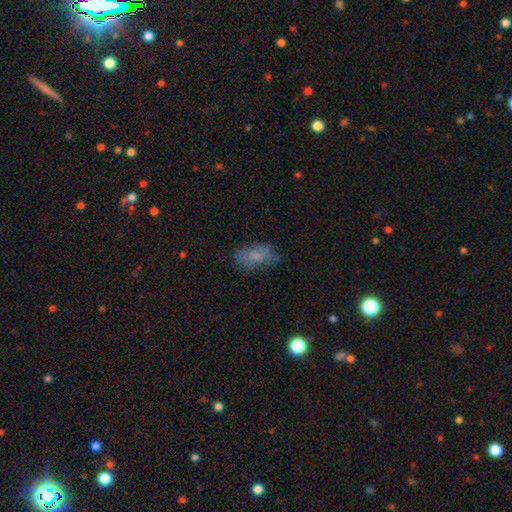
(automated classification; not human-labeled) The model was most divided on "smooth or featured": smooth: 64%, featured or disk: 25%, star or artifact: 11%. More confident: how rounded — in between (89%); merging — none (64%).